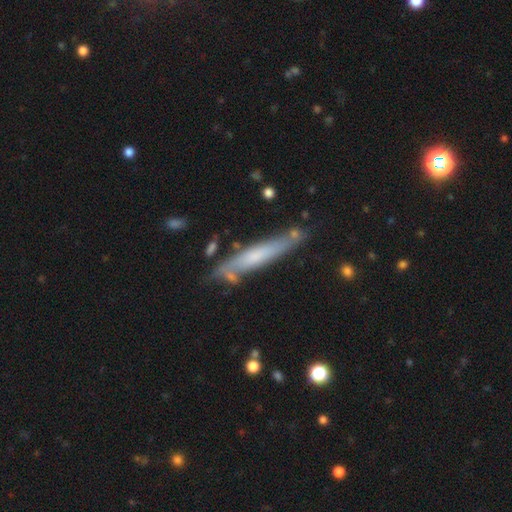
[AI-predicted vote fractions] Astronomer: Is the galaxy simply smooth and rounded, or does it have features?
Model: smooth — 49% (runner-up: featured or disk, 45%).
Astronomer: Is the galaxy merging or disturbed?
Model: none — 71%.